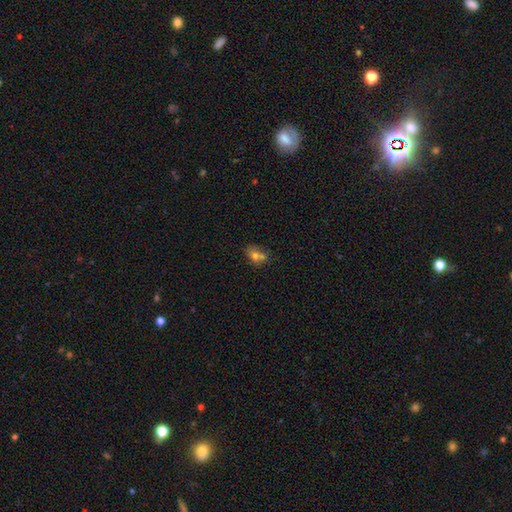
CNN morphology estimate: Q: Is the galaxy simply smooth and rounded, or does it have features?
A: smooth — 66%.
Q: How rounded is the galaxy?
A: in between — 51%.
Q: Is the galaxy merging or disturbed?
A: merger — 50%.